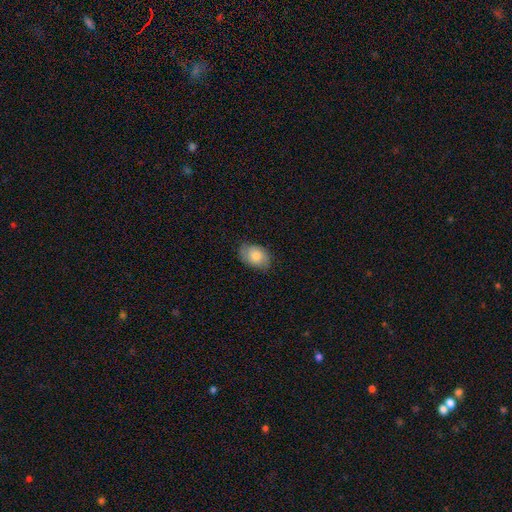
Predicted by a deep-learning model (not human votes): Overall: smooth (74%). How rounded: in between (80%). Merging: none (75%).